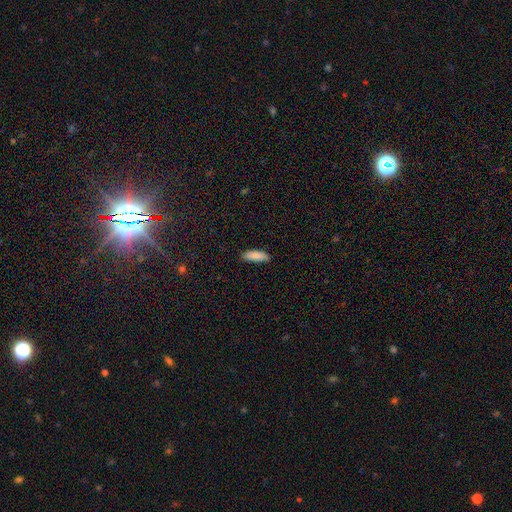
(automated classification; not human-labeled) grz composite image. It shows a smooth galaxy with no disk features (88%) that is in between round and cigar-shaped (54%). Merging: none (84%).